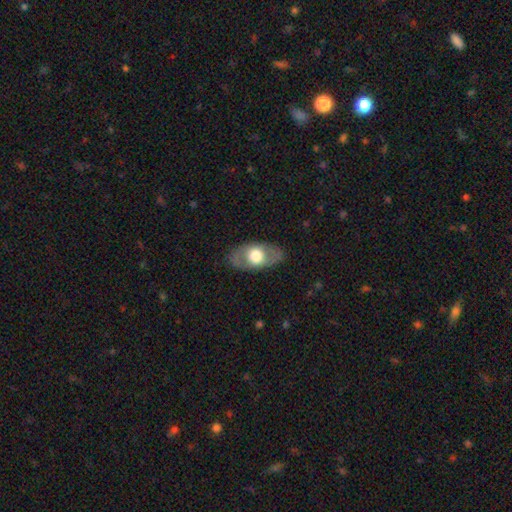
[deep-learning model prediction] Q: Smooth or featured?
A: smooth (49%); runner-up: featured or disk (45%)
Q: Merging?
A: none (82%); runner-up: minor disturbance (12%)